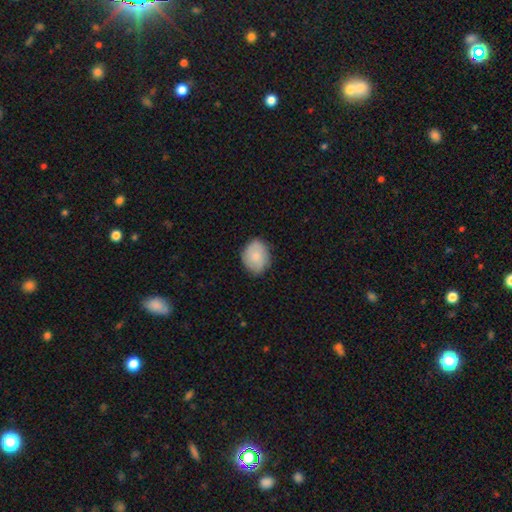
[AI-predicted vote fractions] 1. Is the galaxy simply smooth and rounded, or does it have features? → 79% smooth, 15% featured or disk, 6% star or artifact.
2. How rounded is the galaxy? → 51% in between, 49% round, 1% cigar-shaped.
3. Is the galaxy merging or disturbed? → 78% none, 18% minor disturbance, 3% major disturbance, 1% merger.